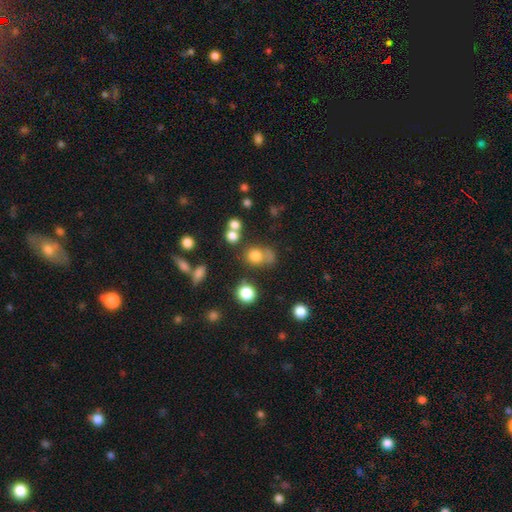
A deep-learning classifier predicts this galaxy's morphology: A smooth galaxy with no disk features (74%) that is round (74%). Merging: none (47%).